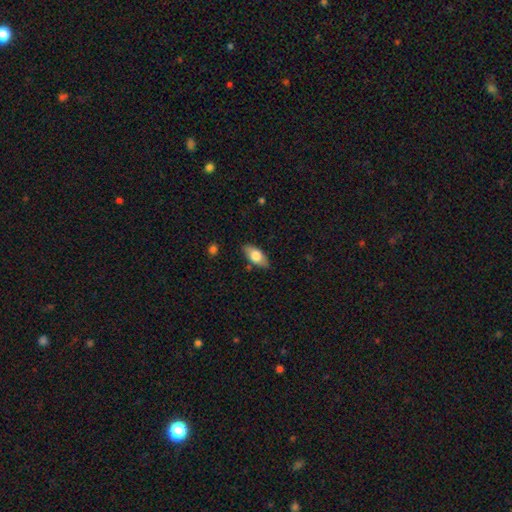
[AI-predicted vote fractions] This appears to be a smooth galaxy with no disk features (73%) that is in between round and cigar-shaped (88%). Merging: none (83%).